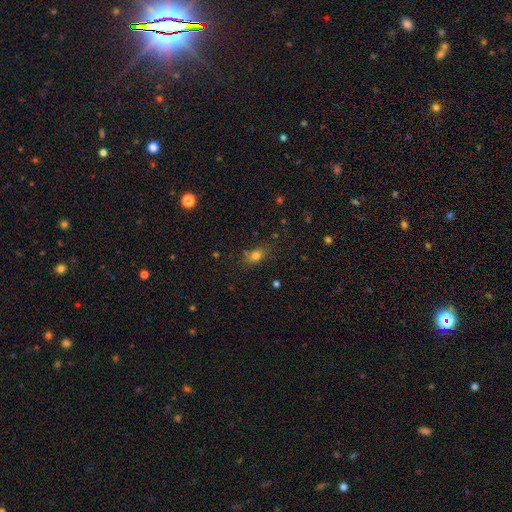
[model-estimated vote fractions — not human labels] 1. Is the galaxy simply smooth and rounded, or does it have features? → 76% smooth, 14% star or artifact, 10% featured or disk.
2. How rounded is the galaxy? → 75% in between, 20% round, 5% cigar-shaped.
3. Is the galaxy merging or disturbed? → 76% none, 15% minor disturbance, 5% major disturbance, 4% merger.